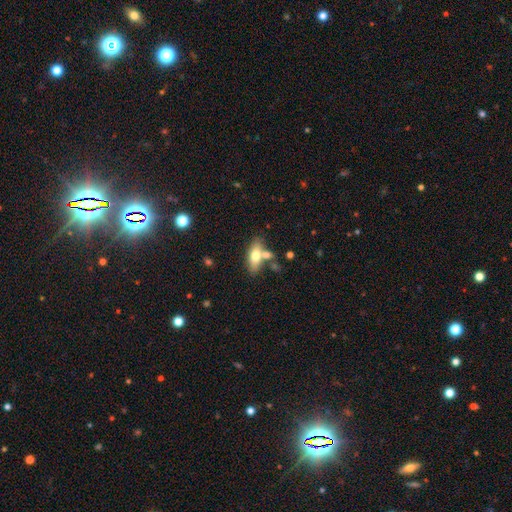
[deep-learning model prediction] This is likely a smooth galaxy (68%). How rounded: likely in between (76%). Merging: possibly none (55%).